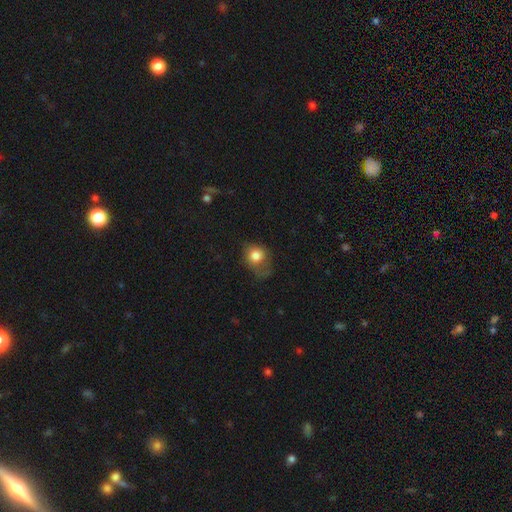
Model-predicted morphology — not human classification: A smooth galaxy with no disk features (77%) that is round (66%).

Vote fractions:
- Smooth or featured? smooth: 77% / featured or disk: 14% / star or artifact: 9%
- How rounded? round: 66% / in between: 33% / cigar-shaped: 1%
- Merging? none: 38% / minor disturbance: 31% / major disturbance: 29% / merger: 2%